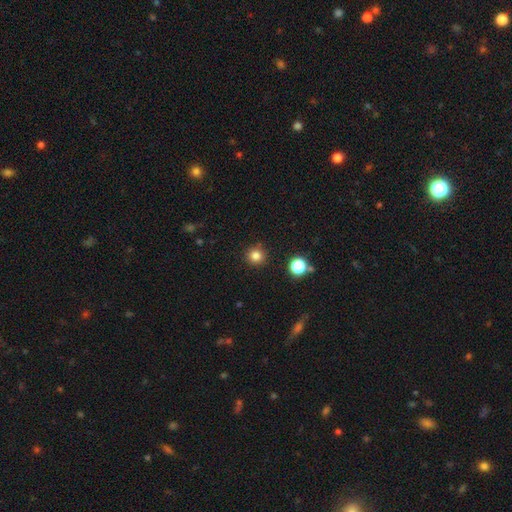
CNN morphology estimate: The model was most divided on "smooth or featured": smooth: 81%, star or artifact: 14%, featured or disk: 5%. More confident: how rounded — round (94%); merging — none (90%).